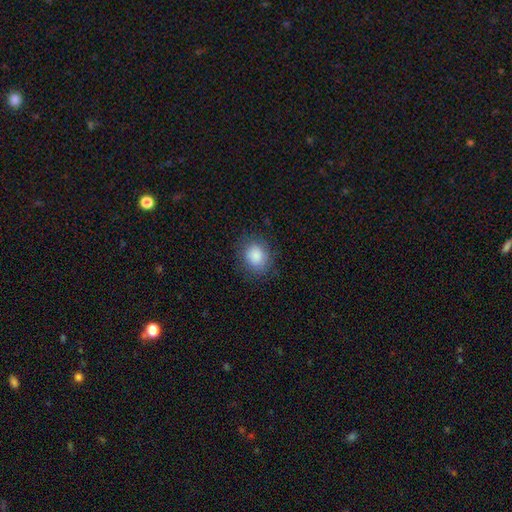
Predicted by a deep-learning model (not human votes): A smooth galaxy with no disk features (86%) that is round (60%). Merging: none (81%).